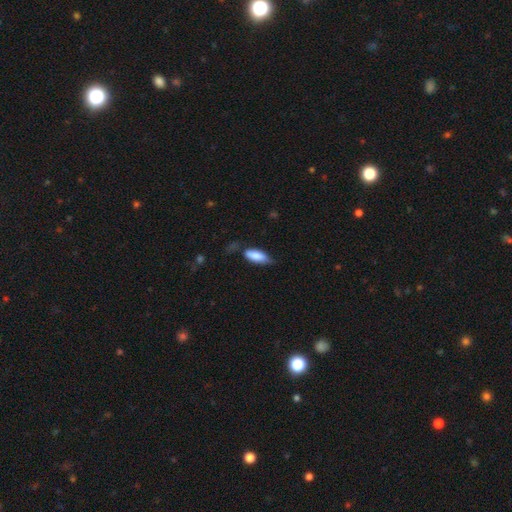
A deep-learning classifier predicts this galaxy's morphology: This appears to be a smooth galaxy with no disk features (82%) that is in between round and cigar-shaped (74%). Merging: none (55%).